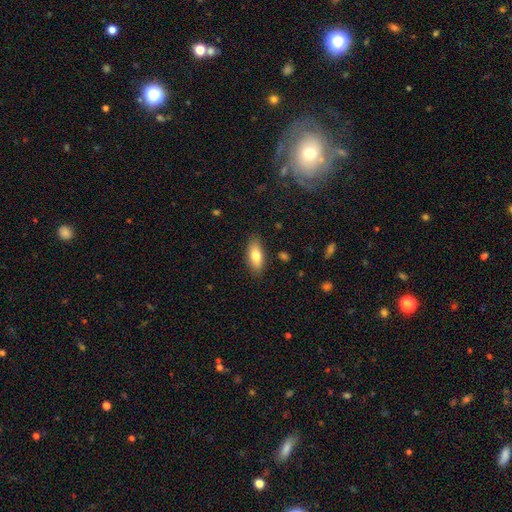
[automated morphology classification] The model was most divided on "smooth or featured": smooth: 77%, featured or disk: 16%, star or artifact: 7%. More confident: merging — none (86%); how rounded — in between (80%).